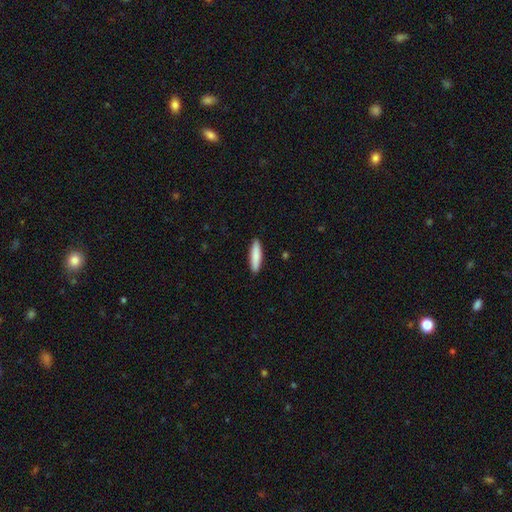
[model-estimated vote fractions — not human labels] The model was most divided on "how rounded": cigar-shaped: 77%, in between: 22%, round: 1%. More confident: merging — none (91%); smooth or featured — smooth (85%).